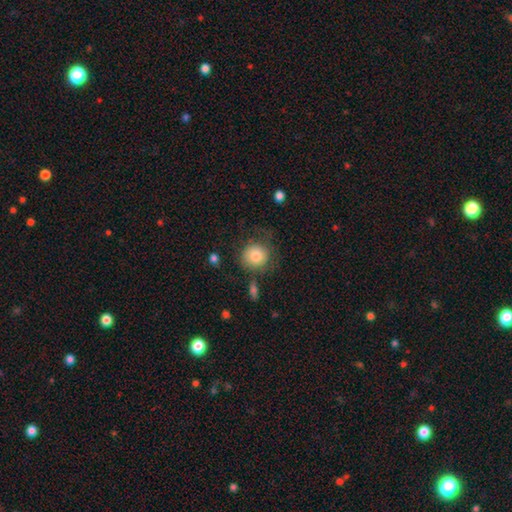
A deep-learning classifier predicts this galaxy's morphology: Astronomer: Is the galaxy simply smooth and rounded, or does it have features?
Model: smooth — 81%.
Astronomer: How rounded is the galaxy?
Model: round — 89%.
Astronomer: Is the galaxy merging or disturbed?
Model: none — 61%.